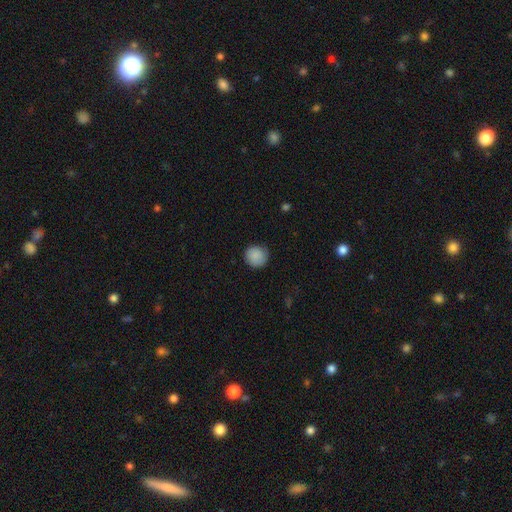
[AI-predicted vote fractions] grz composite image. It shows a smooth galaxy with no disk features (88%) that is round (91%). Merging: none (84%).